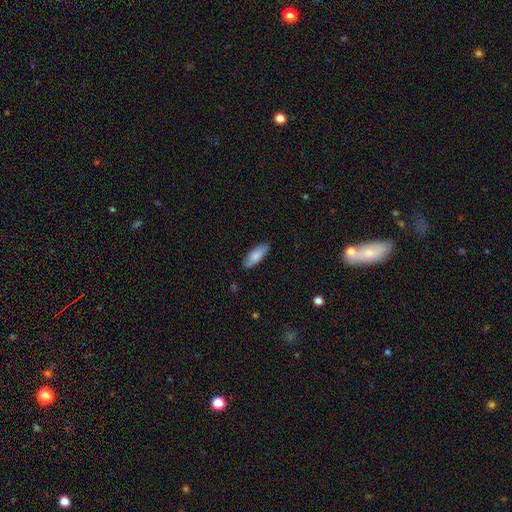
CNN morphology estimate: This is clearly a smooth galaxy (82%). How rounded: likely in between (68%). Merging: clearly none (84%).